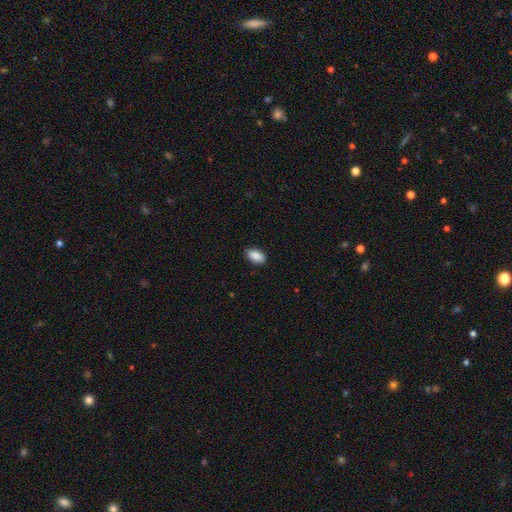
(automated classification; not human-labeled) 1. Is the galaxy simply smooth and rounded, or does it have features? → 89% smooth, 7% star or artifact, 4% featured or disk.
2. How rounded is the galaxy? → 93% in between, 4% round, 3% cigar-shaped.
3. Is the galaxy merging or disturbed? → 87% none, 10% minor disturbance, 2% major disturbance, 1% merger.